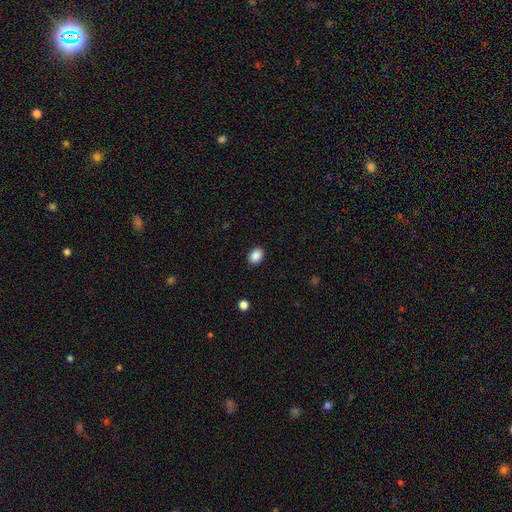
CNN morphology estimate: smooth_or_featured: smooth (p=0.89) [alt: star or artifact p=0.09]
how_rounded: in between (p=0.67) [alt: round p=0.32]
merging: none (p=0.90) [alt: minor disturbance p=0.07]